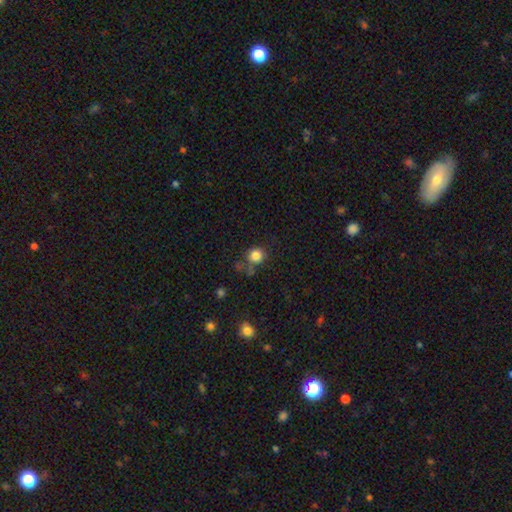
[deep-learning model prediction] The model was most divided on "merging": none: 71%, minor disturbance: 14%, merger: 9%, major disturbance: 6%. More confident: how rounded — round (90%); smooth or featured — smooth (83%).